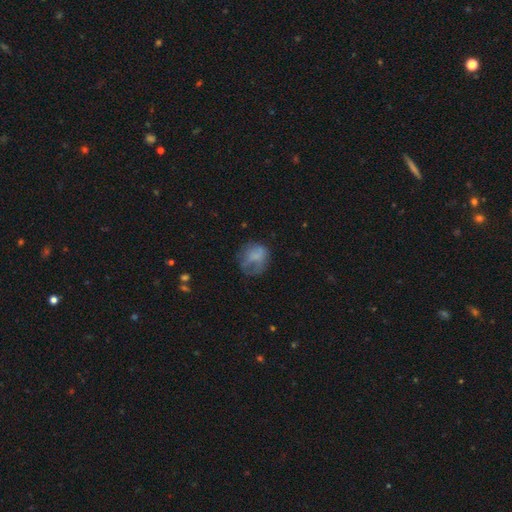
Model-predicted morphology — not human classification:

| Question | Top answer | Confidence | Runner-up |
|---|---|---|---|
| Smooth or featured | smooth | 66% | featured or disk (23%) |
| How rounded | round | 66% | in between (33%) |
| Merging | none | 44% | major disturbance (28%) |